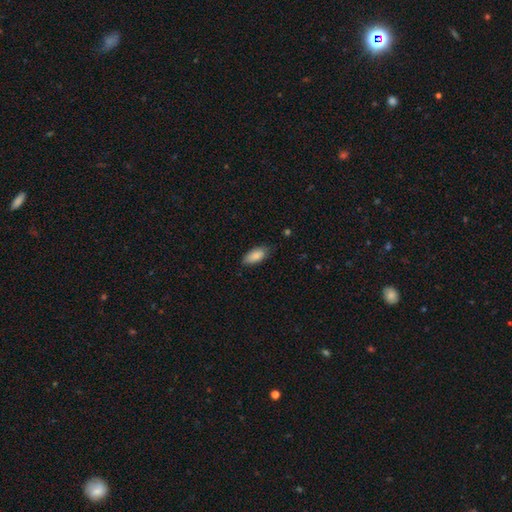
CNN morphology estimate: smooth-or-featured: smooth: 88% | star or artifact: 6% | featured or disk: 6%
  how-rounded: in between: 87% | cigar-shaped: 11% | round: 2%
  merging: none: 81% | minor disturbance: 16% | major disturbance: 3% | merger: 1%